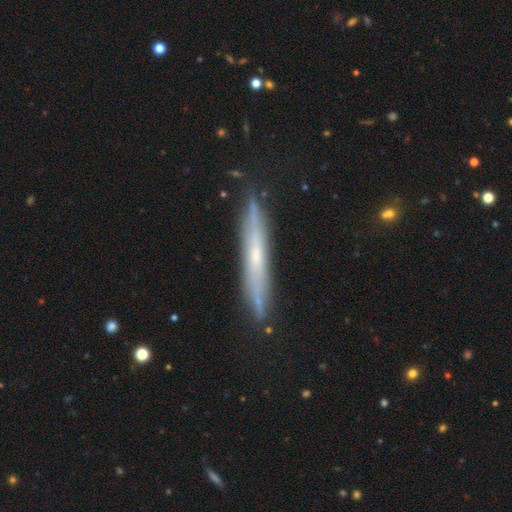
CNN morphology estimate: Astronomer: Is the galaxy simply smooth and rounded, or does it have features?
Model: featured or disk — 60%.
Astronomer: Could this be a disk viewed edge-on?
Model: yes — 88%.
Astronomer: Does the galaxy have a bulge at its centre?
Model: none — 56% (runner-up: rounded, 39%).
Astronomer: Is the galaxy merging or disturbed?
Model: none — 85%.